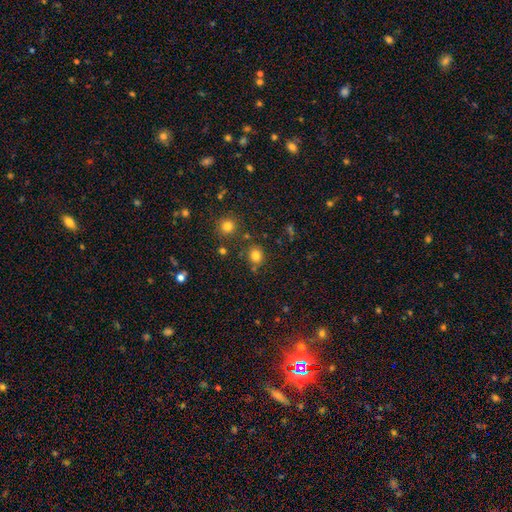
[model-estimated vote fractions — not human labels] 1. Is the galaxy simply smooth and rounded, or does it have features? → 80% smooth, 15% star or artifact, 6% featured or disk.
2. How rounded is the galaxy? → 80% round, 19% in between, 1% cigar-shaped.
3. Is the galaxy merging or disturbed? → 78% none, 11% minor disturbance, 8% merger, 3% major disturbance.